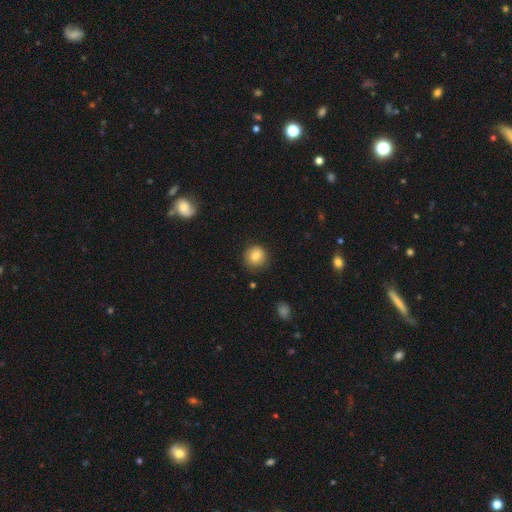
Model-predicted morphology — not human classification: This is clearly a smooth galaxy (82%). How rounded: clearly round (92%). Merging: clearly none (84%).